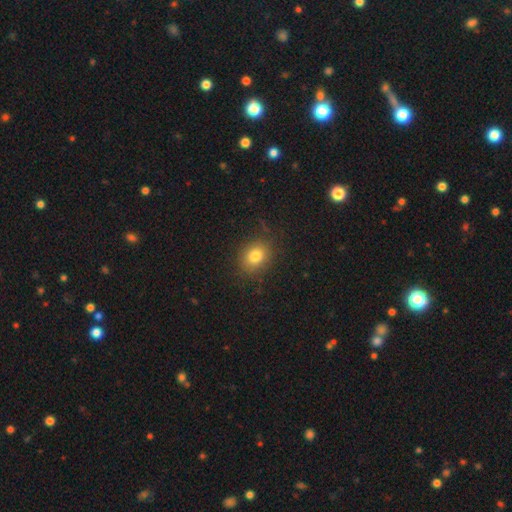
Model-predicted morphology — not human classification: Overall: smooth (81%). How rounded: round (58%; in between 41%). Merging: none (83%).